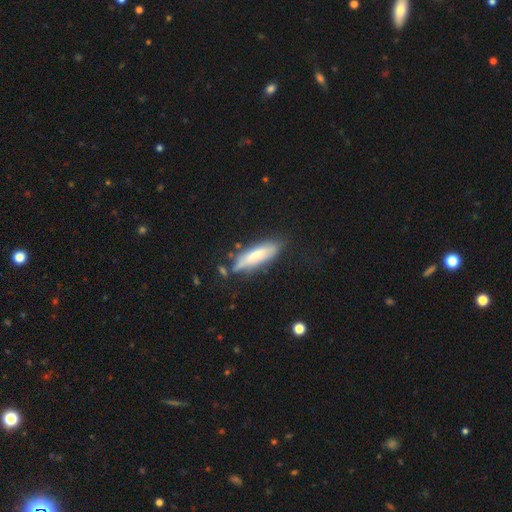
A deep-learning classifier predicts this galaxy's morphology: smooth_or_featured: smooth (p=0.64) [alt: featured or disk p=0.30]
how_rounded: cigar-shaped (p=0.55) [alt: in between p=0.43]
merging: none (p=0.67) [alt: minor disturbance p=0.22]